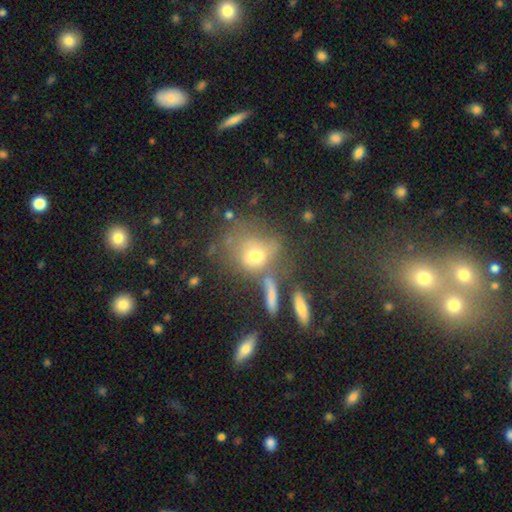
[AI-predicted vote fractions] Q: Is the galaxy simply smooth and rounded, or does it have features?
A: smooth — 61%.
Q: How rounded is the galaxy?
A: round — 61%.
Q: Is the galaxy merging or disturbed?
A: none — 41%.